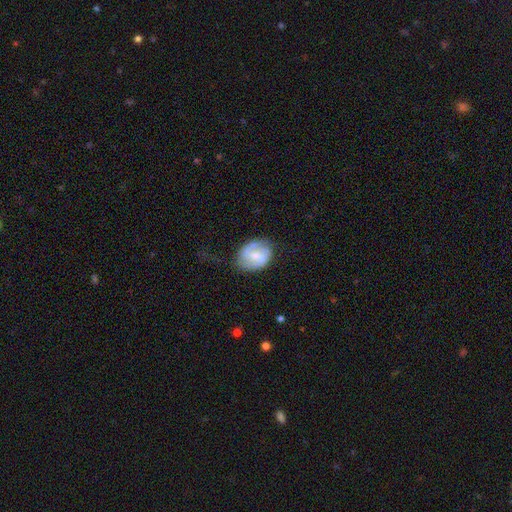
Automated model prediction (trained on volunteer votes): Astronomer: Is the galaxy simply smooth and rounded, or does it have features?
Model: featured or disk — 60%.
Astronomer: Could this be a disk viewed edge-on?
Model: no — 97%.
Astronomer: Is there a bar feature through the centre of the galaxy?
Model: weak — 53%.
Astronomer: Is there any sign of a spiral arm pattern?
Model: yes — 82%.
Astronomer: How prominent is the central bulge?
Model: moderate — 49% (runner-up: small, 40%).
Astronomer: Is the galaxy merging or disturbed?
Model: none — 61%.